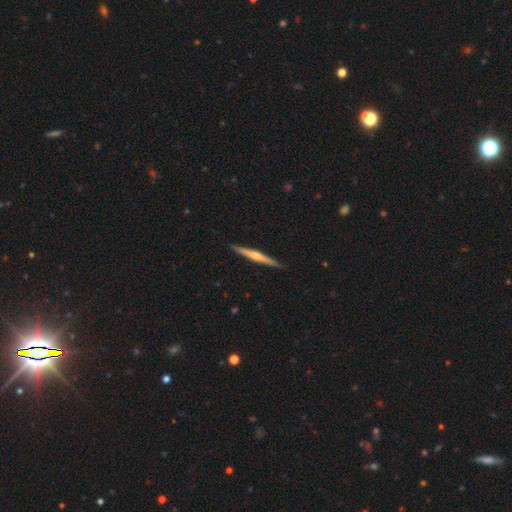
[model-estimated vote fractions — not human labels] Smooth or featured: featured or disk — 66% (smooth — 29%)
Edge-on disk: yes — 98% (no — 2%)
Edge-on bulge: rounded — 74% (none — 19%)
Merging: none — 90% (minor disturbance — 8%)